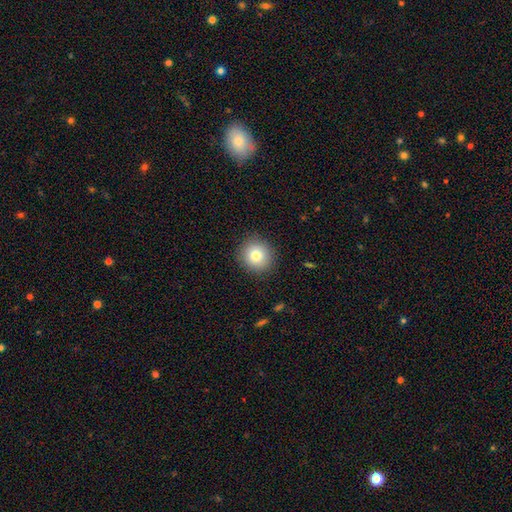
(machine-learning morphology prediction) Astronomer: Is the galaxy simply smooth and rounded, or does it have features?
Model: smooth — 81%.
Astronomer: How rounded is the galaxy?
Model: round — 88%.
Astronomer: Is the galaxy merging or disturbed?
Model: none — 89%.